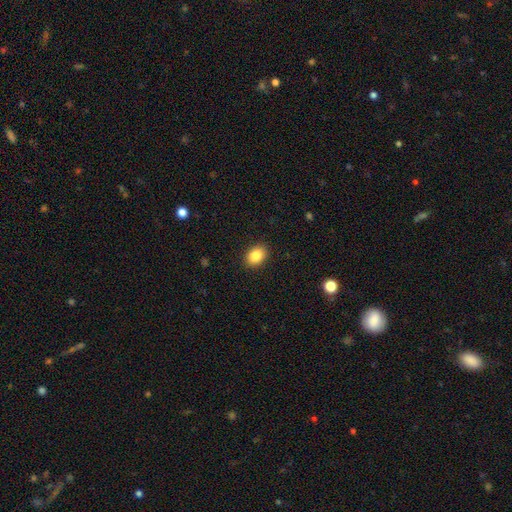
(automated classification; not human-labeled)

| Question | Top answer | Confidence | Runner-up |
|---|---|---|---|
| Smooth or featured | smooth | 87% | star or artifact (8%) |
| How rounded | in between | 73% | round (26%) |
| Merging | none | 89% | minor disturbance (8%) |